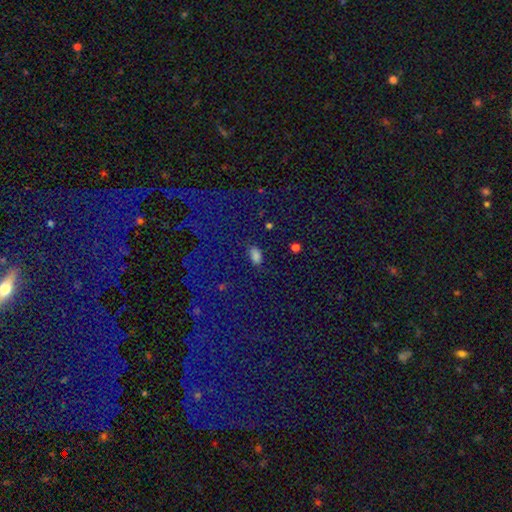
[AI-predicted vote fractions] Smooth or featured: smooth — 76% (star or artifact — 18%)
How rounded: in between — 90% (round — 5%)
Merging: none — 79% (minor disturbance — 14%)